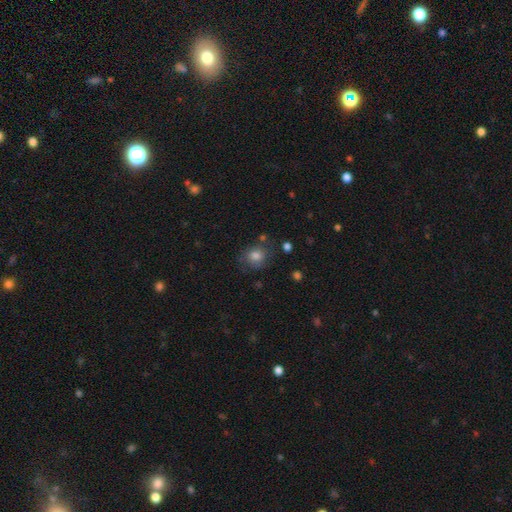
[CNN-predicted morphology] Overall: smooth (74%). How rounded: round (68%; in between 31%). Merging: none (67%).